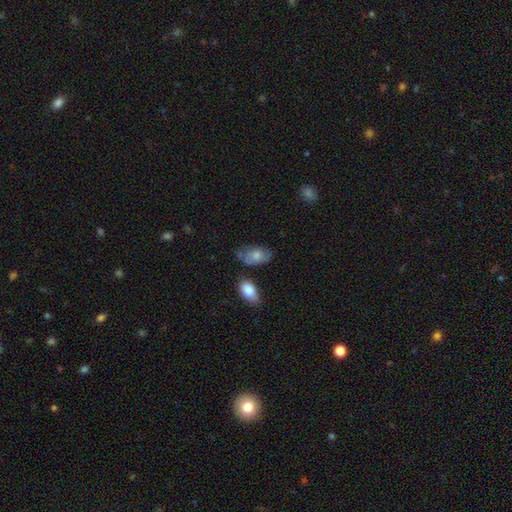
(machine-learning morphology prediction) Smooth or featured?
  - smooth: 73% *
  - featured or disk: 21%
  - star or artifact: 7%
How rounded?
  - in between: 91% *
  - round: 7%
  - cigar-shaped: 2%
Merging?
  - none: 49% *
  - minor disturbance: 32%
  - major disturbance: 11%
  - merger: 8%